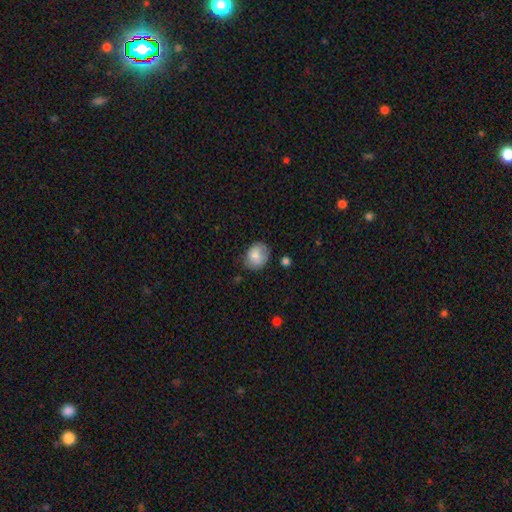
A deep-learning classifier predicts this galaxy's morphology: This appears to be a smooth galaxy with no disk features (79%) that is round (55%). Merging: none (67%).